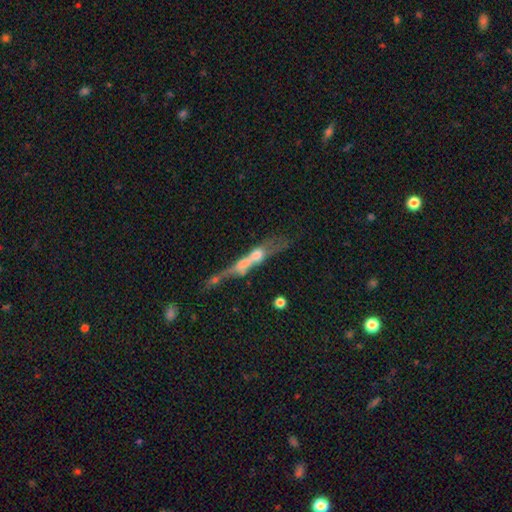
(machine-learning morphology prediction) Smooth or featured: featured or disk — 59% (smooth — 29%)
Edge-on disk: yes — 62% (no — 38%)
Merging: merger — 40% (none — 28%)